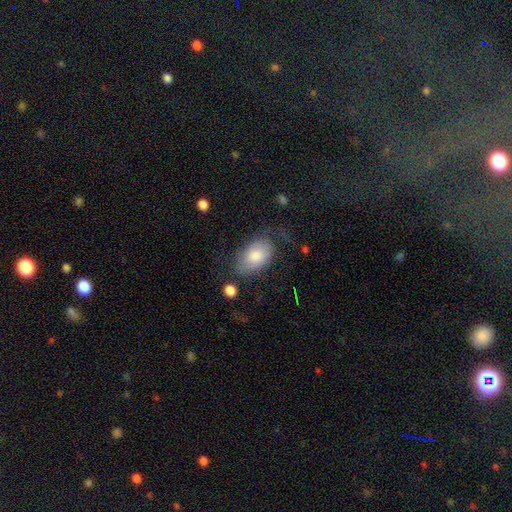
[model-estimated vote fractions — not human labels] Q: Smooth or featured?
A: smooth (73%); runner-up: featured or disk (20%)
Q: How rounded?
A: in between (92%); runner-up: round (7%)
Q: Merging?
A: none (51%); runner-up: minor disturbance (26%)